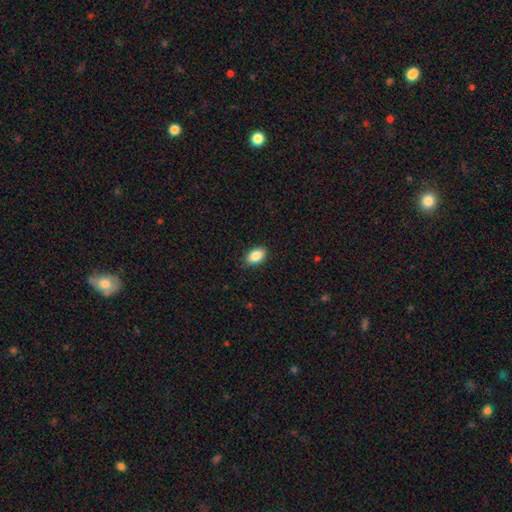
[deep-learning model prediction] Q: Smooth or featured?
A: smooth (87%); runner-up: star or artifact (8%)
Q: How rounded?
A: in between (91%); runner-up: round (8%)
Q: Merging?
A: none (89%); runner-up: minor disturbance (9%)